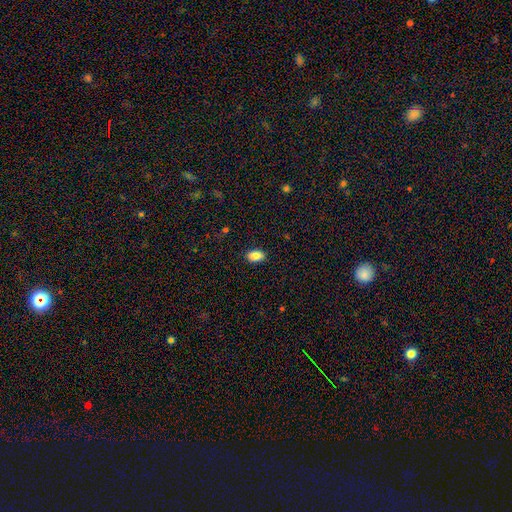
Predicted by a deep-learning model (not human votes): smooth_or_featured: smooth (p=0.87) [alt: star or artifact p=0.08]
how_rounded: in between (p=0.91) [alt: round p=0.07]
merging: none (p=0.88) [alt: minor disturbance p=0.08]